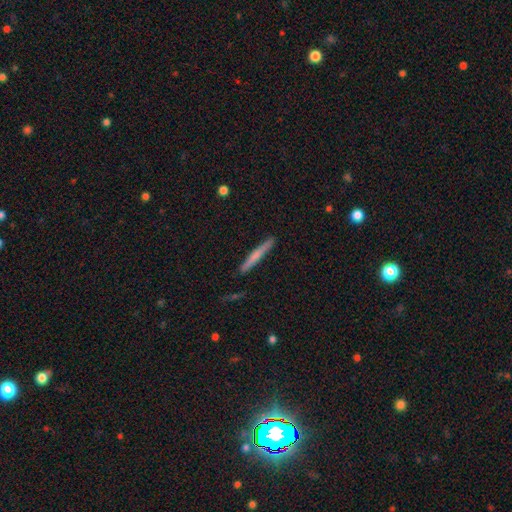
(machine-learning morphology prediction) A smooth galaxy with no disk features (57%) that is cigar-shaped (96%). Merging: none (89%).